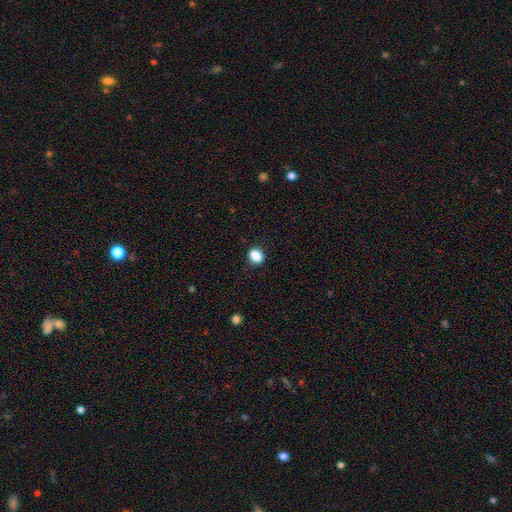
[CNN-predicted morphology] A smooth galaxy with no disk features (87%) that is in between round and cigar-shaped (63%).

Vote fractions:
- Smooth or featured? smooth: 87% / star or artifact: 9% / featured or disk: 4%
- How rounded? in between: 63% / round: 35% / cigar-shaped: 2%
- Merging? none: 86% / minor disturbance: 10% / major disturbance: 3% / merger: 1%